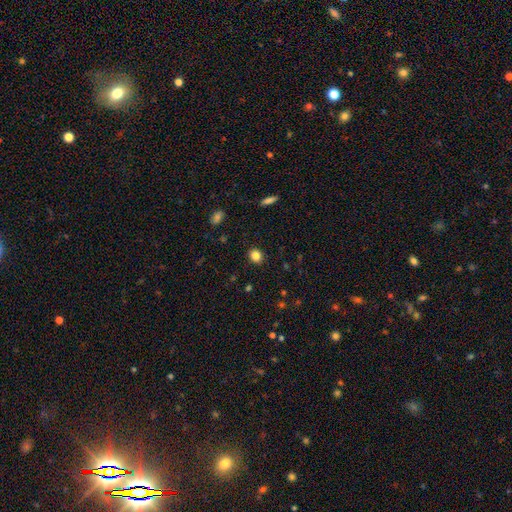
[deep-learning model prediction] This is clearly a smooth galaxy (83%). How rounded: likely round (70%). Merging: clearly none (89%).